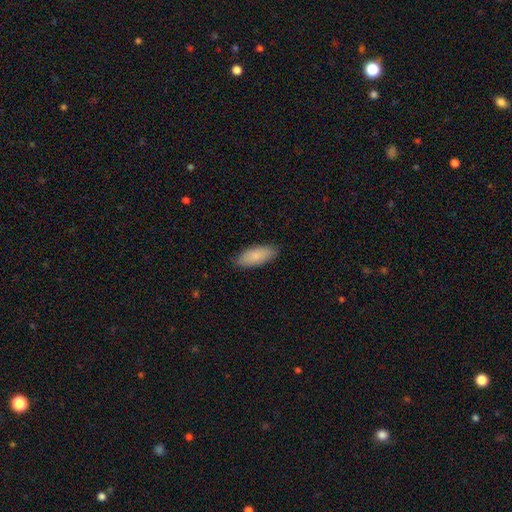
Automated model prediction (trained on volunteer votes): Q: Smooth or featured?
A: smooth (86%); runner-up: featured or disk (8%)
Q: How rounded?
A: in between (80%); runner-up: cigar-shaped (18%)
Q: Merging?
A: none (87%); runner-up: minor disturbance (10%)